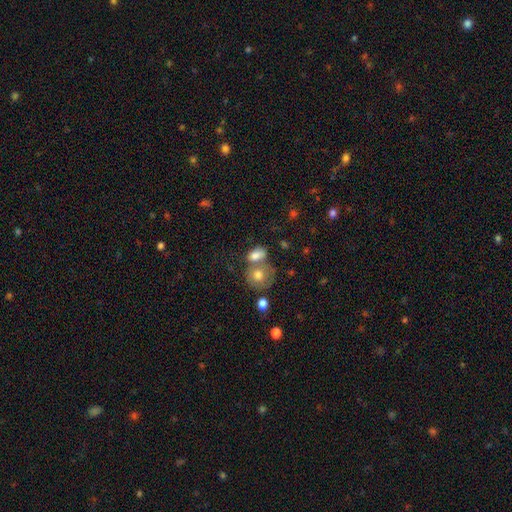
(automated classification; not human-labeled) This appears to be a smooth galaxy with no disk features (77%) that is in between round and cigar-shaped (71%). Merging: merger (50%).